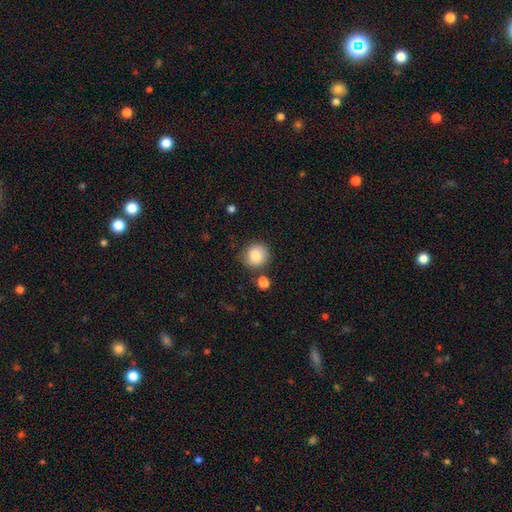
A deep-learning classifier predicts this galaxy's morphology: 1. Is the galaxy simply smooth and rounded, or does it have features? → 84% smooth, 9% star or artifact, 8% featured or disk.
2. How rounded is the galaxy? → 88% round, 11% in between, 1% cigar-shaped.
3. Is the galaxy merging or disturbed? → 78% none, 12% minor disturbance, 7% merger, 3% major disturbance.